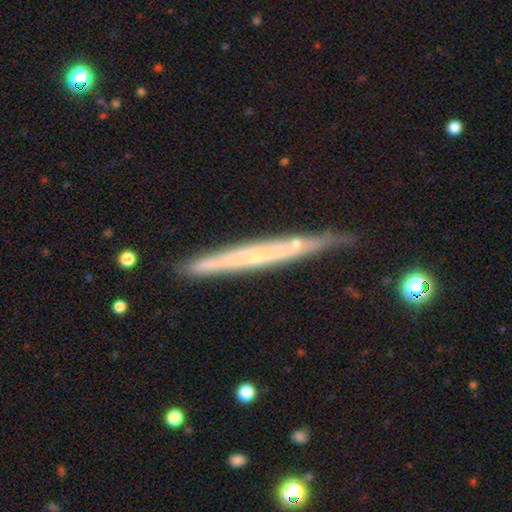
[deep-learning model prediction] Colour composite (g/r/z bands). It shows a featured or disk galaxy (63%) viewed edge-on (94%) with no central bulge (80%). Merging: none (82%).